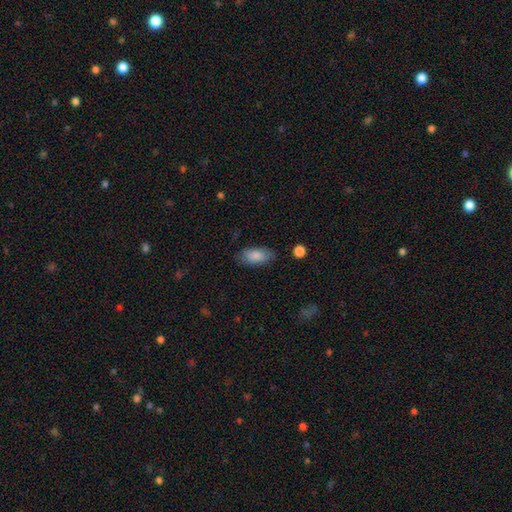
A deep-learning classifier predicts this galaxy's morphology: Smooth or featured: smooth — 85% (featured or disk — 8%)
How rounded: in between — 90% (cigar-shaped — 7%)
Merging: none — 79% (minor disturbance — 15%)